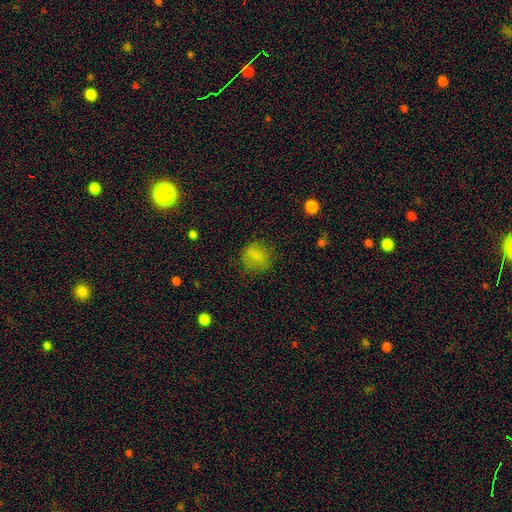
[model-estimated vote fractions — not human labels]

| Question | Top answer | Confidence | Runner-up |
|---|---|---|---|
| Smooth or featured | smooth | 76% | star or artifact (14%) |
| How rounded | round | 63% | in between (36%) |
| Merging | none | 65% | minor disturbance (21%) |